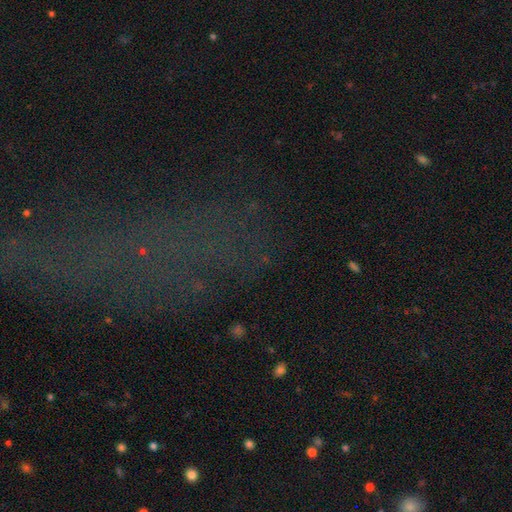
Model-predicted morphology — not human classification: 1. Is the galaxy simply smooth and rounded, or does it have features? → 62% star or artifact, 19% smooth, 18% featured or disk.